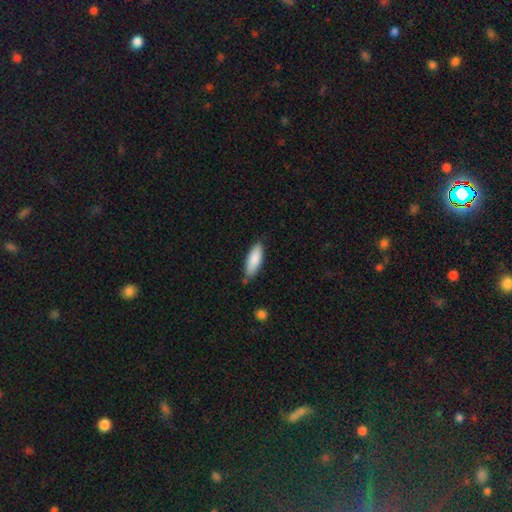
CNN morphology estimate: A smooth galaxy with no disk features (86%) that is in between round and cigar-shaped (63%). Merging: none (79%).